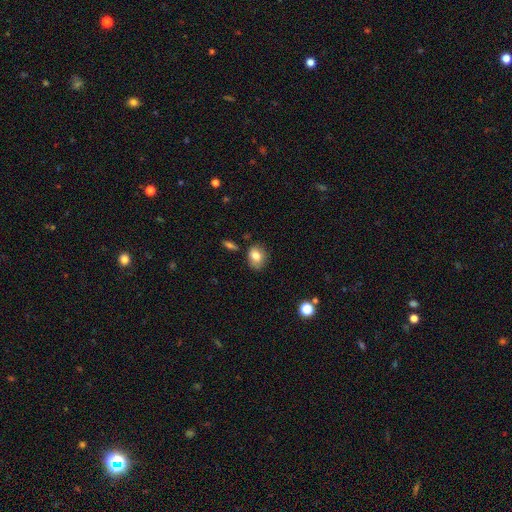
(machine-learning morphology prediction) Smooth or featured?
  - smooth: 80% *
  - featured or disk: 11%
  - star or artifact: 9%
How rounded?
  - in between: 58% *
  - round: 41%
  - cigar-shaped: 1%
Merging?
  - none: 69% *
  - minor disturbance: 21%
  - major disturbance: 5%
  - merger: 4%